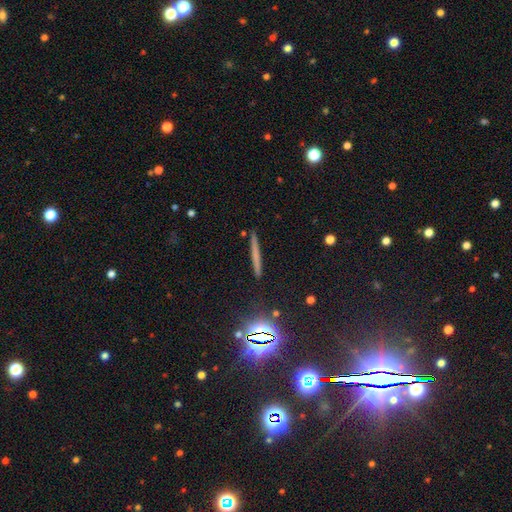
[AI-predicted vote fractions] smooth 50%, featured or disk 31%, star or artifact 19%. Down the decision tree: how rounded — cigar-shaped (95%); merging — none (90%).